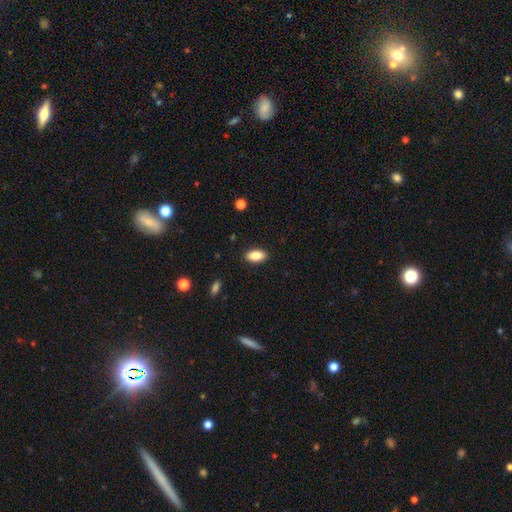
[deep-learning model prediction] smooth 85%, star or artifact 8%, featured or disk 7%. Down the decision tree: how rounded — in between (91%); merging — none (88%).